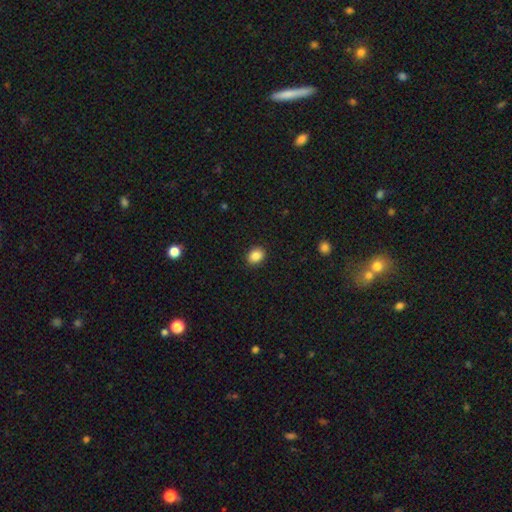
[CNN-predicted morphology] The model was most divided on "how rounded": in between: 53%, round: 46%, cigar-shaped: 1%. More confident: merging — none (90%); smooth or featured — smooth (87%).